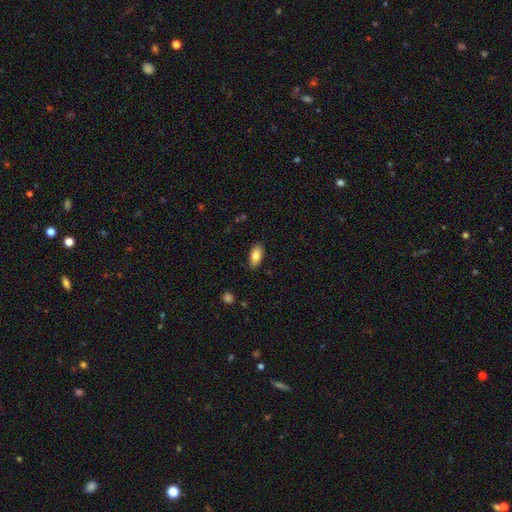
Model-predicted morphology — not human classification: Q: Smooth or featured?
A: smooth (84%); runner-up: featured or disk (9%)
Q: How rounded?
A: in between (91%); runner-up: cigar-shaped (7%)
Q: Merging?
A: none (87%); runner-up: minor disturbance (10%)